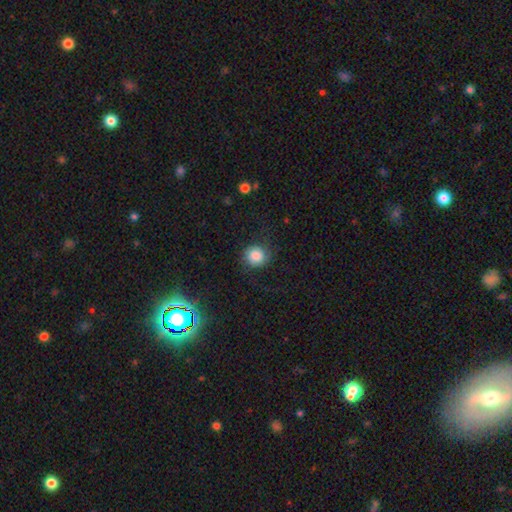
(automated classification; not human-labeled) The model was most divided on "merging": none: 72%, minor disturbance: 17%, major disturbance: 10%, merger: 1%. More confident: how rounded — round (85%); smooth or featured — smooth (73%).